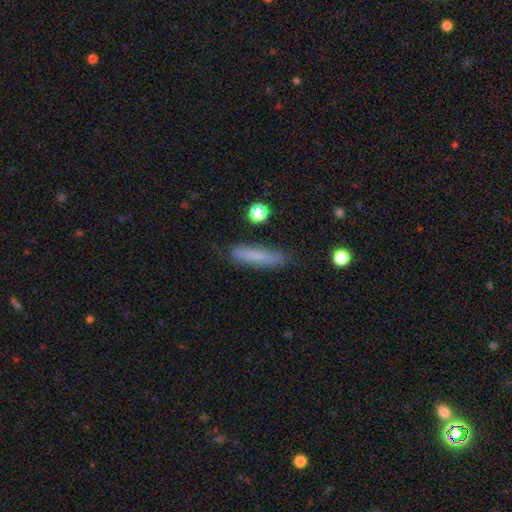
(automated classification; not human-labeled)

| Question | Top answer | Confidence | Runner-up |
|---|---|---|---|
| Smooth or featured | smooth | 74% | featured or disk (17%) |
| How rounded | cigar-shaped | 81% | in between (17%) |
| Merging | none | 77% | minor disturbance (17%) |